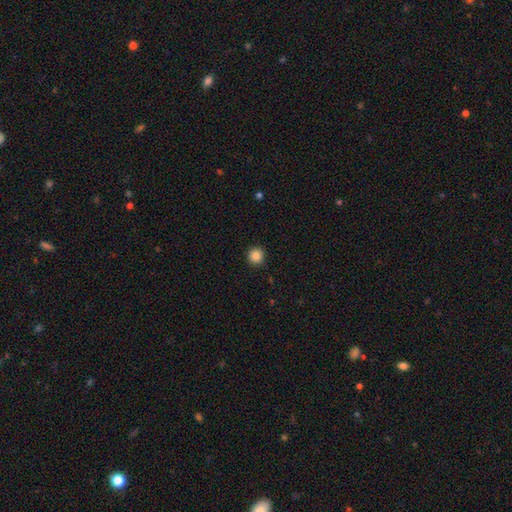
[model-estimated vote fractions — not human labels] smooth 85%, star or artifact 11%, featured or disk 5%. Down the decision tree: how rounded — round (95%); merging — none (93%).